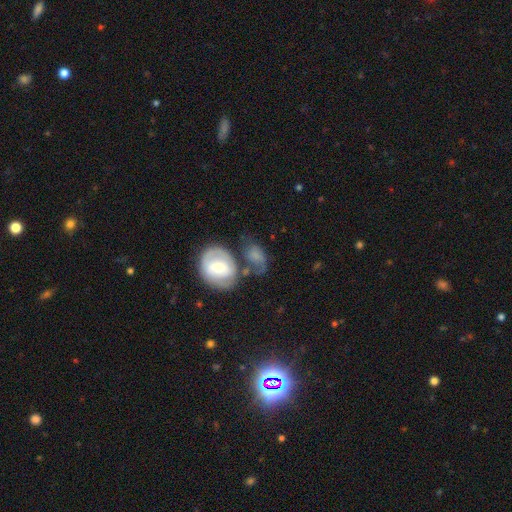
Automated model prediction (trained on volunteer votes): The model was most divided on "merging": none: 34%, merger: 30%, minor disturbance: 20%, major disturbance: 16%. More confident: how rounded — in between (71%); smooth or featured — smooth (54%).